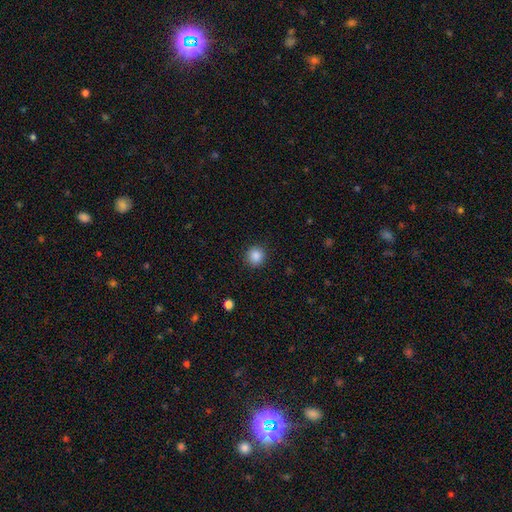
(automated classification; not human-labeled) This is clearly a smooth galaxy (87%). How rounded: clearly round (93%). Merging: clearly none (90%).